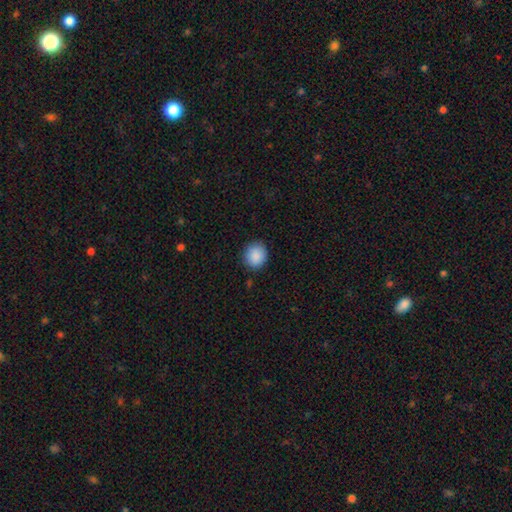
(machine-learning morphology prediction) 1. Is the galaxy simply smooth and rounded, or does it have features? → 89% smooth, 8% star or artifact, 3% featured or disk.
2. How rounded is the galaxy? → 86% round, 13% in between, 1% cigar-shaped.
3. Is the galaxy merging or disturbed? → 89% none, 8% minor disturbance, 2% major disturbance, 1% merger.